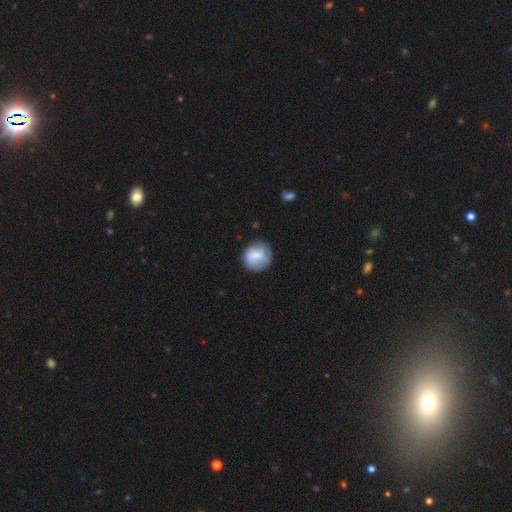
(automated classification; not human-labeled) A smooth galaxy with no disk features (64%) that is round (86%).

Vote fractions:
- Smooth or featured? smooth: 64% / featured or disk: 28% / star or artifact: 7%
- How rounded? round: 86% / in between: 13% / cigar-shaped: 1%
- Merging? none: 74% / minor disturbance: 18% / major disturbance: 6% / merger: 2%